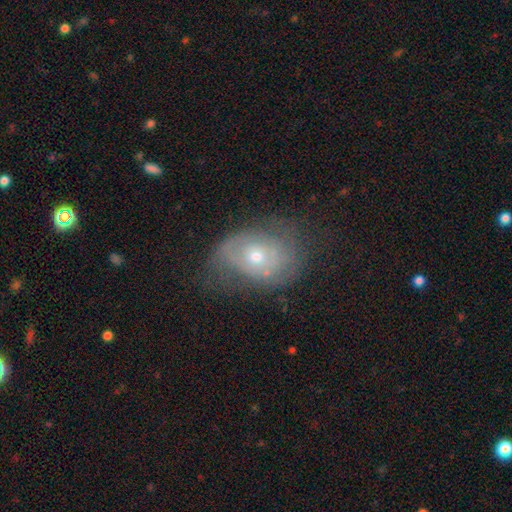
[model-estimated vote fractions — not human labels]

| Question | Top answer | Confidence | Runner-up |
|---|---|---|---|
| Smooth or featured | featured or disk | 53% | smooth (37%) |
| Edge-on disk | no | 93% | yes (7%) |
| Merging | none | 54% | minor disturbance (28%) |